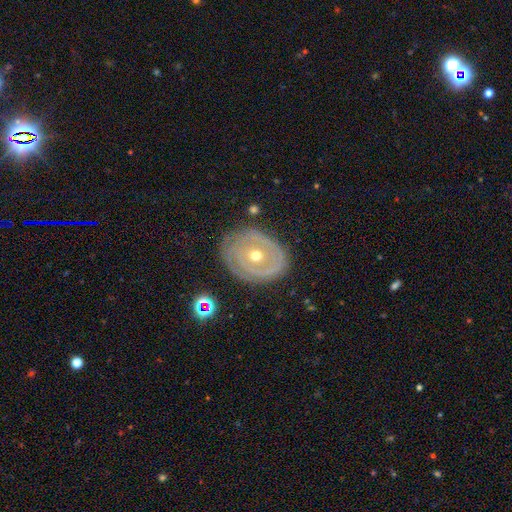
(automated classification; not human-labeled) A featured or disk galaxy (80%) with no bar (78%), tight (79%) spiral arms (77%) and a moderate central bulge (61%). Merging: none (76%).